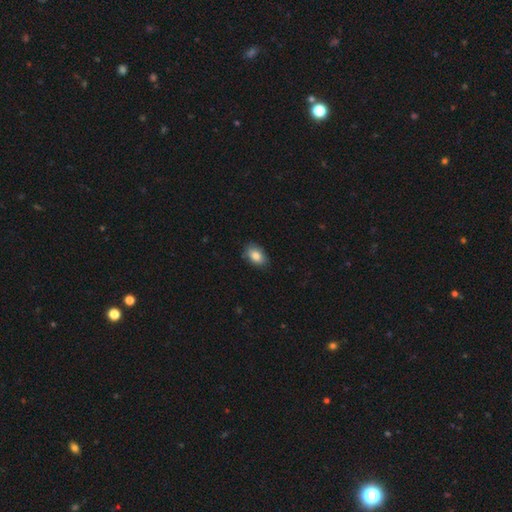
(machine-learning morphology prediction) Overall: smooth (85%). How rounded: in between (88%). Merging: none (83%).